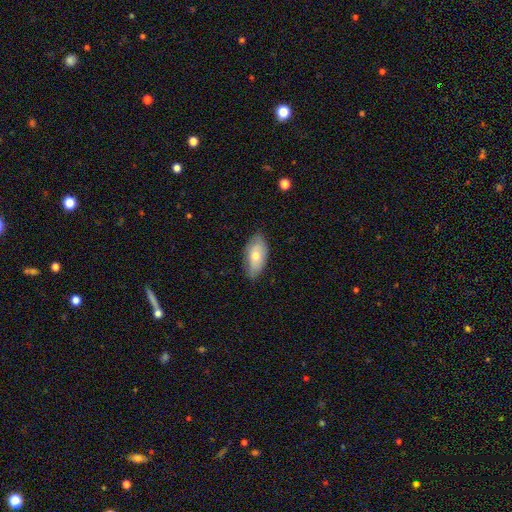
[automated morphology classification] This appears to be a smooth galaxy with no disk features (64%) that is in between round and cigar-shaped (91%). Merging: none (76%).